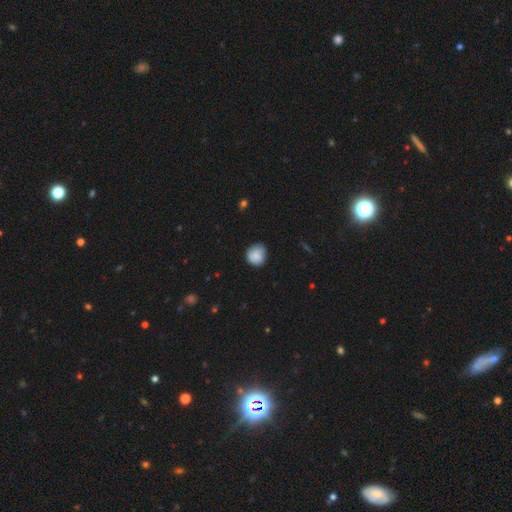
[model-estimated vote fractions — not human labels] This is clearly a smooth galaxy (83%). How rounded: clearly round (81%). Merging: likely none (71%).